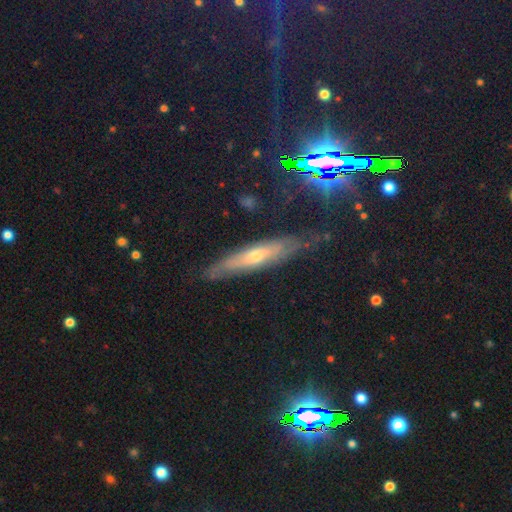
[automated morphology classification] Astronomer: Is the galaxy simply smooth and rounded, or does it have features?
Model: featured or disk — 56% (runner-up: smooth, 33%).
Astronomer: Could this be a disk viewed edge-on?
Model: yes — 68%.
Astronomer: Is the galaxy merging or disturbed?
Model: none — 74%.